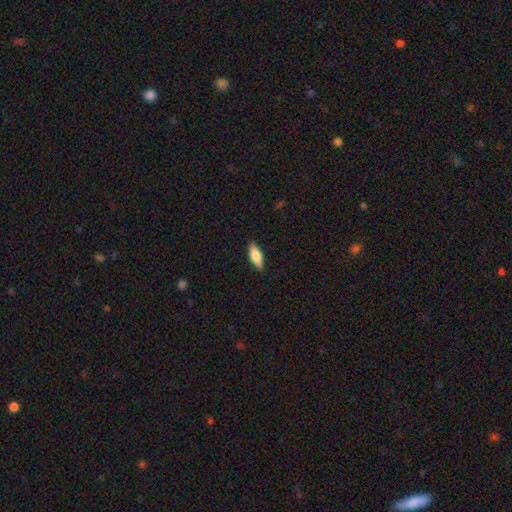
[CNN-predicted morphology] A smooth galaxy with no disk features (70%) that is in between round and cigar-shaped (68%).

Vote fractions:
- Smooth or featured? smooth: 70% / featured or disk: 24% / star or artifact: 6%
- How rounded? in between: 68% / cigar-shaped: 30% / round: 2%
- Merging? none: 88% / minor disturbance: 9% / major disturbance: 2% / merger: 1%